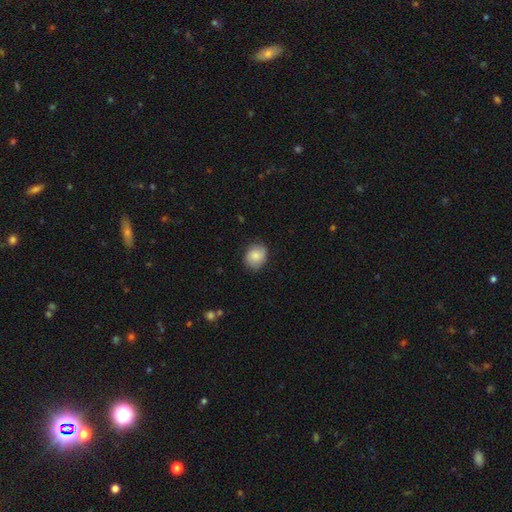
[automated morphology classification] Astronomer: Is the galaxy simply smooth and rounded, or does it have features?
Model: smooth — 83%.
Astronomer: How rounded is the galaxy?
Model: round — 69%.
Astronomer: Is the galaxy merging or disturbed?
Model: none — 82%.